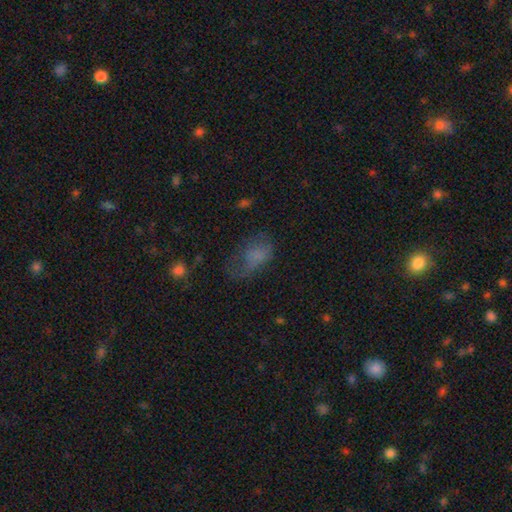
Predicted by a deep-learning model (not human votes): Smooth or featured: smooth — 62% (featured or disk — 23%)
How rounded: in between — 87% (round — 11%)
Merging: major disturbance — 42% (none — 29%)